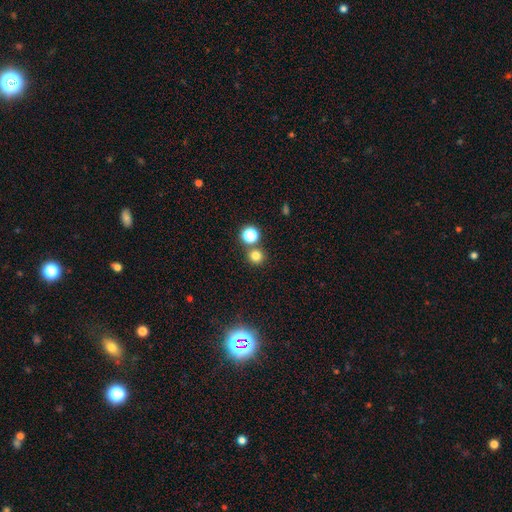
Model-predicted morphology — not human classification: A smooth galaxy with no disk features (77%) that is round (92%). Merging: none (76%).